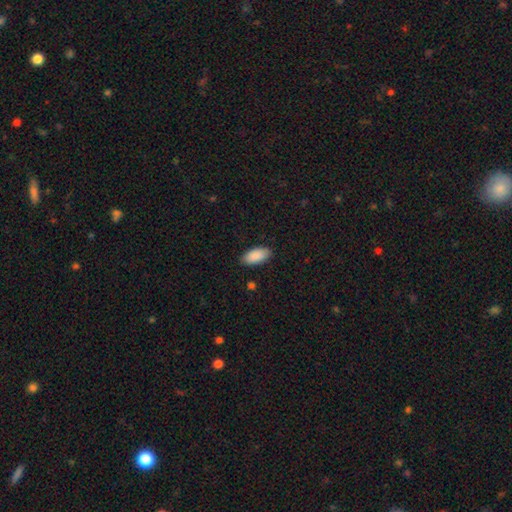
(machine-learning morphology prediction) smooth 90%, star or artifact 6%, featured or disk 4%. Down the decision tree: how rounded — in between (93%); merging — none (87%).